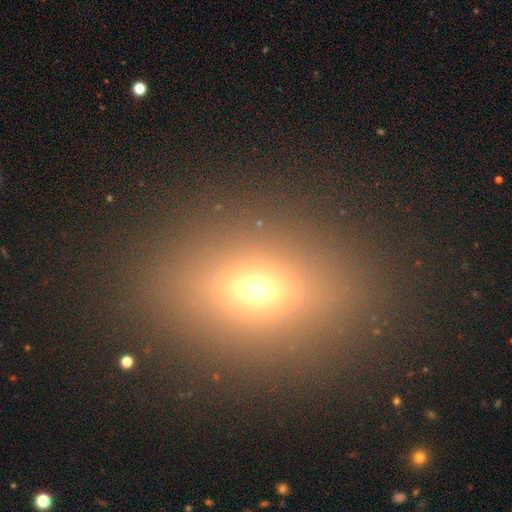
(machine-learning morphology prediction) Smooth or featured? smooth (59%)
How rounded? in between (68%)
Merging? none (87%)